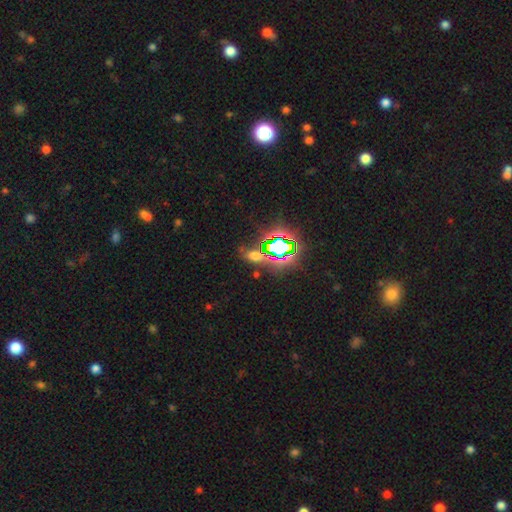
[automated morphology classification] A star or artifact, not a galaxy (55%).

Vote fractions:
- Smooth or featured? star or artifact: 55% / smooth: 34% / featured or disk: 11%